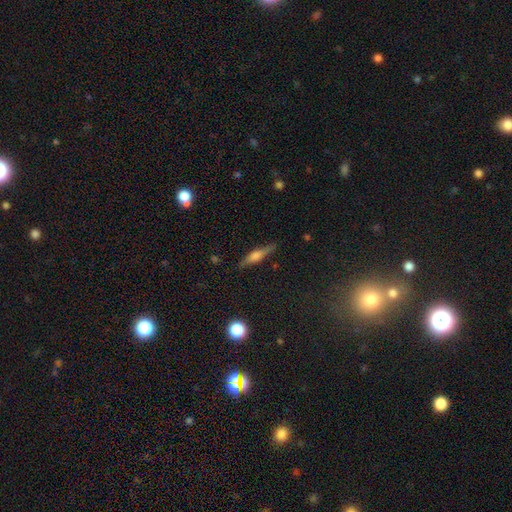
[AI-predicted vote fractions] featured or disk 48%, smooth 43%, star or artifact 9%. Down the decision tree: merging — none (84%).